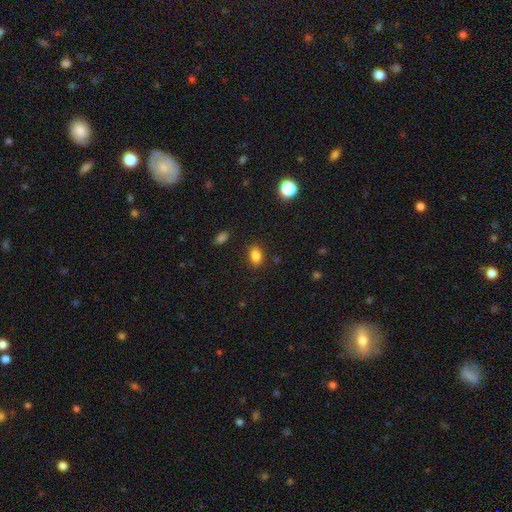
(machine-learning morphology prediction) A smooth galaxy with no disk features (84%) that is in between round and cigar-shaped (78%).

Vote fractions:
- Smooth or featured? smooth: 84% / star or artifact: 11% / featured or disk: 5%
- How rounded? in between: 78% / round: 20% / cigar-shaped: 1%
- Merging? none: 86% / minor disturbance: 10% / major disturbance: 3% / merger: 2%